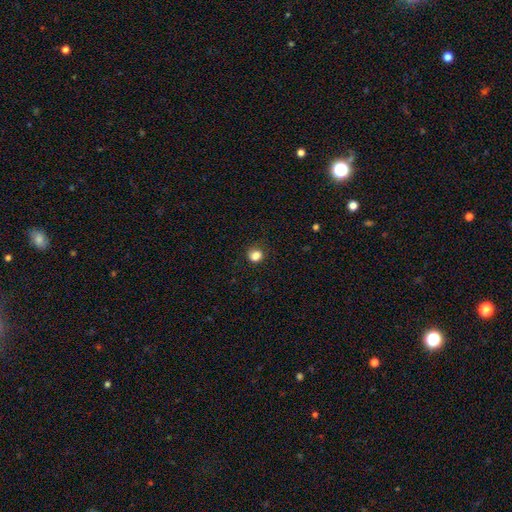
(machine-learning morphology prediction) A smooth galaxy with no disk features (85%) that is round (77%). Merging: none (85%).